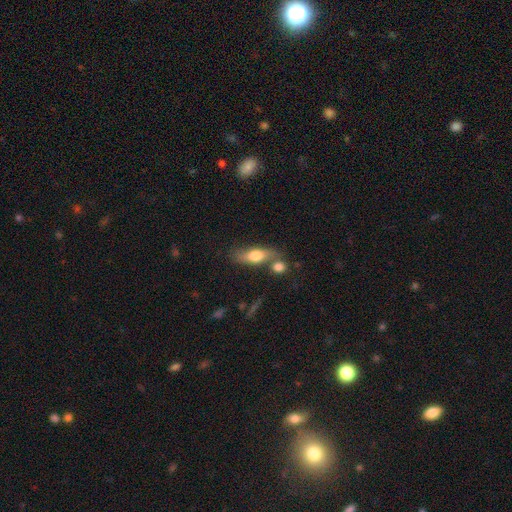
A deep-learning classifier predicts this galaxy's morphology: smooth_or_featured: smooth (p=0.63) [alt: featured or disk p=0.30]
how_rounded: in between (p=0.62) [alt: cigar-shaped p=0.33]
merging: none (p=0.60) [alt: merger p=0.22]